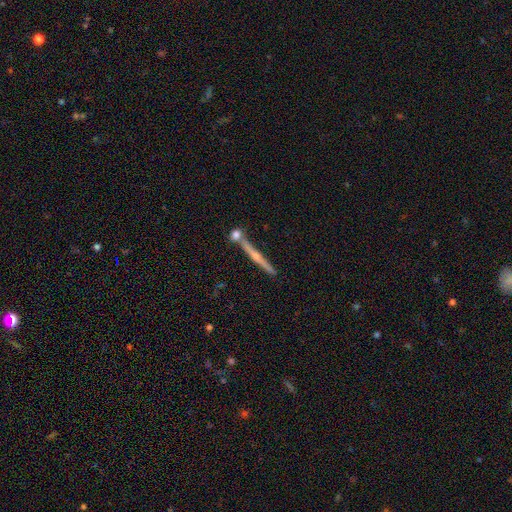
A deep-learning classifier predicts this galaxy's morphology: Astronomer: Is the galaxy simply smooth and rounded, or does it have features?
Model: featured or disk — 68%.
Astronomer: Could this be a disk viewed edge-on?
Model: yes — 97%.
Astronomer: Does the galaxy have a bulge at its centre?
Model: rounded — 65%.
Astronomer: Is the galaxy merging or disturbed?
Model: none — 77%.